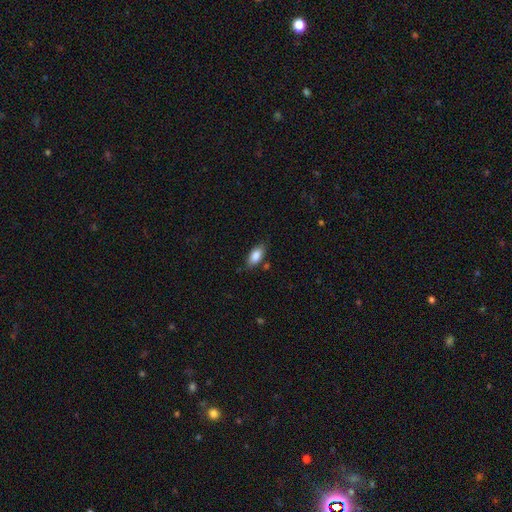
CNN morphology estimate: A smooth galaxy with no disk features (85%) that is in between round and cigar-shaped (89%).

Vote fractions:
- Smooth or featured? smooth: 85% / featured or disk: 8% / star or artifact: 7%
- How rounded? in between: 89% / cigar-shaped: 7% / round: 3%
- Merging? none: 76% / minor disturbance: 18% / major disturbance: 4% / merger: 3%